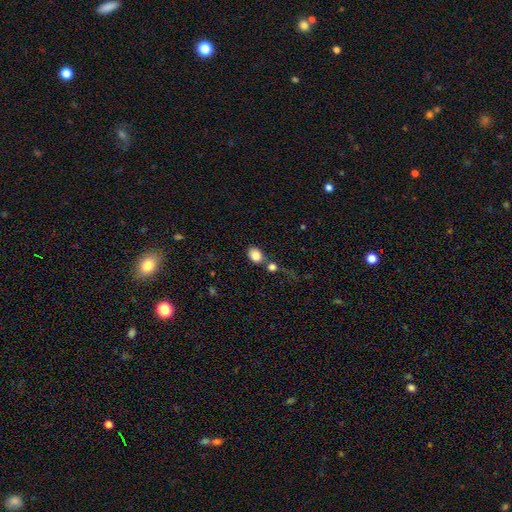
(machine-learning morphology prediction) smooth-or-featured: smooth: 85% | star or artifact: 9% | featured or disk: 6%
  how-rounded: in between: 60% | round: 39% | cigar-shaped: 1%
  merging: none: 56% | merger: 26% | minor disturbance: 12% | major disturbance: 6%